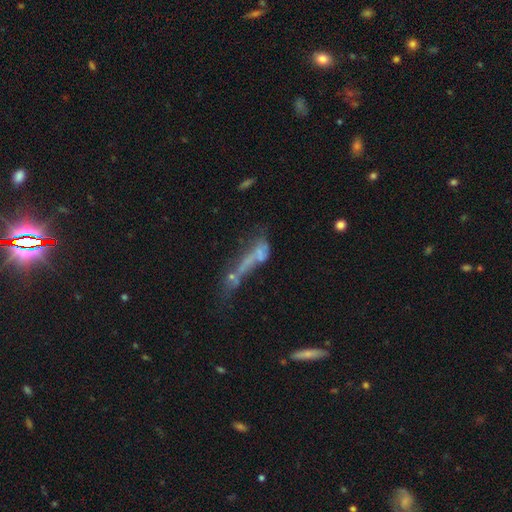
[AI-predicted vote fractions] Smooth or featured?
  - featured or disk: 45% *
  - smooth: 36%
  - star or artifact: 19%
Merging?
  - merger: 38% *
  - major disturbance: 31%
  - none: 19%
  - minor disturbance: 12%